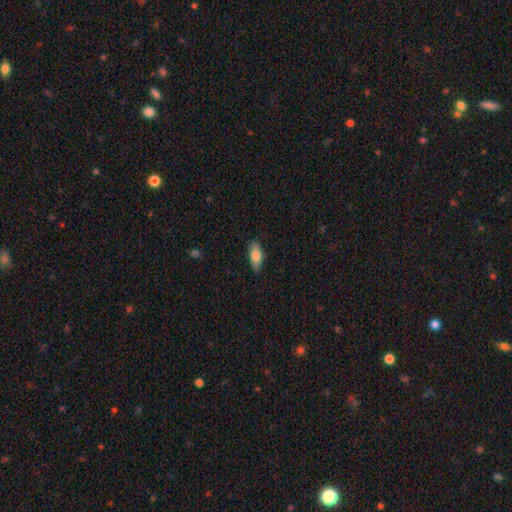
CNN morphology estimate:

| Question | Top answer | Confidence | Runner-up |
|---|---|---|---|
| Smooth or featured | smooth | 73% | featured or disk (21%) |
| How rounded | in between | 75% | cigar-shaped (22%) |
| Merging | none | 84% | minor disturbance (13%) |